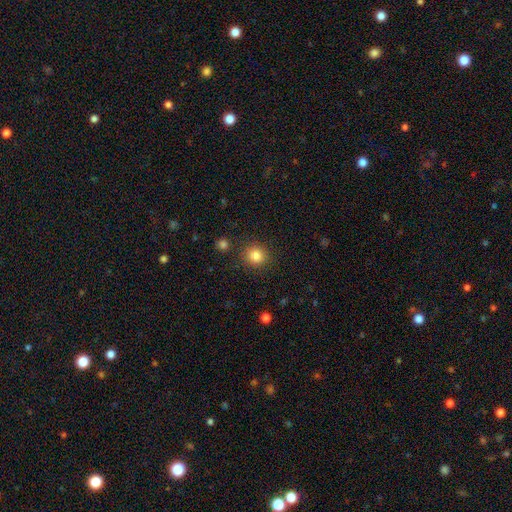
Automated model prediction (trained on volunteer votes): Overall: smooth (84%). How rounded: round (89%). Merging: none (88%).